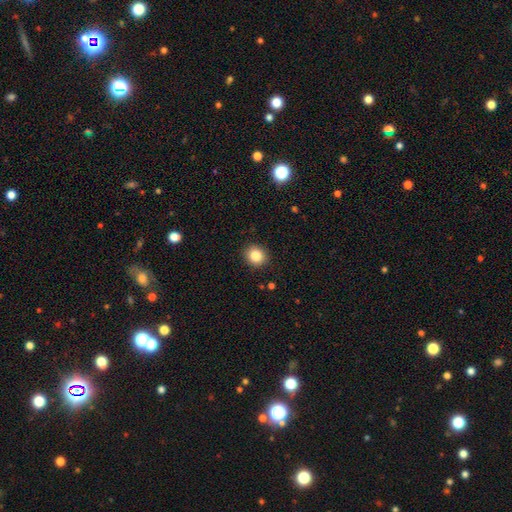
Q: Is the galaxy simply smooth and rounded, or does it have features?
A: smooth — 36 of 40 (90%).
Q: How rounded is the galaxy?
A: round — 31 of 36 (86%).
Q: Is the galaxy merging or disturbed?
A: none — 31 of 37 (84%).